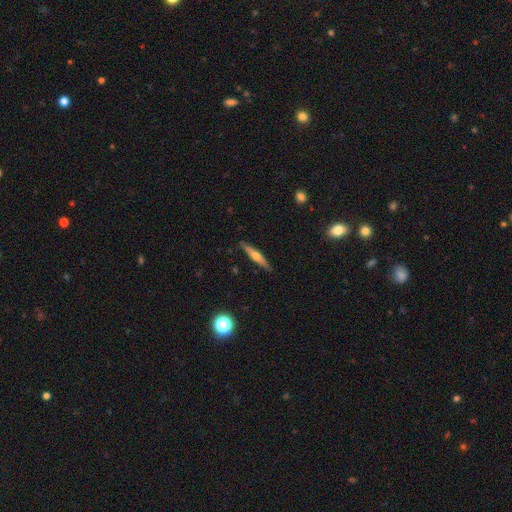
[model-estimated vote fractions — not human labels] The model was most divided on "smooth or featured": featured or disk: 53%, smooth: 40%, star or artifact: 7%. More confident: edge-on disk — yes (95%); merging — none (88%); edge-on bulge — rounded (81%).